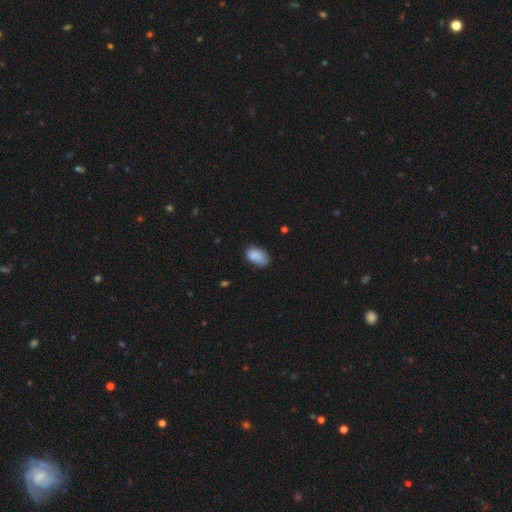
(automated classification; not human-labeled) Smooth or featured?
  - smooth: 86% *
  - star or artifact: 8%
  - featured or disk: 6%
How rounded?
  - in between: 92% *
  - round: 7%
  - cigar-shaped: 2%
Merging?
  - none: 61% *
  - minor disturbance: 29%
  - major disturbance: 7%
  - merger: 2%